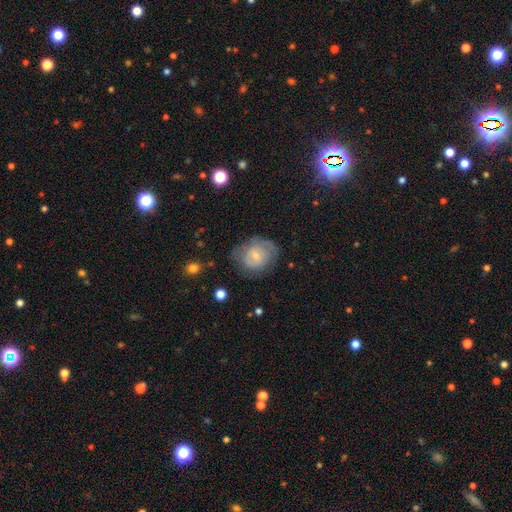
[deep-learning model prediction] A featured or disk galaxy (50%). Merging: none (57%).